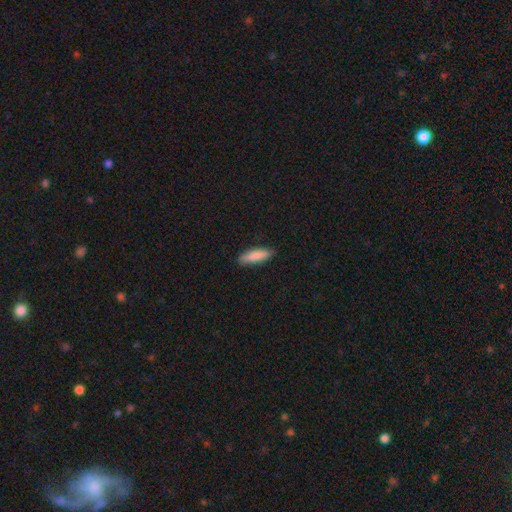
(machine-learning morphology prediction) Smooth or featured?
  - smooth: 86% *
  - featured or disk: 9%
  - star or artifact: 6%
How rounded?
  - cigar-shaped: 63% *
  - in between: 36%
  - round: 1%
Merging?
  - none: 85% *
  - minor disturbance: 11%
  - major disturbance: 2%
  - merger: 1%